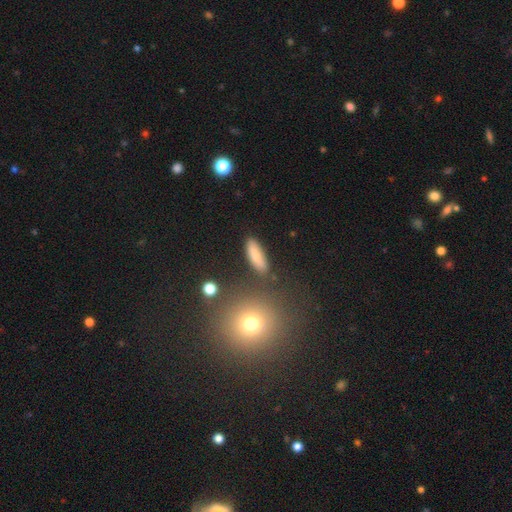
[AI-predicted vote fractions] This is clearly a smooth galaxy (80%). How rounded: possibly in between (54%). Merging: likely none (80%).